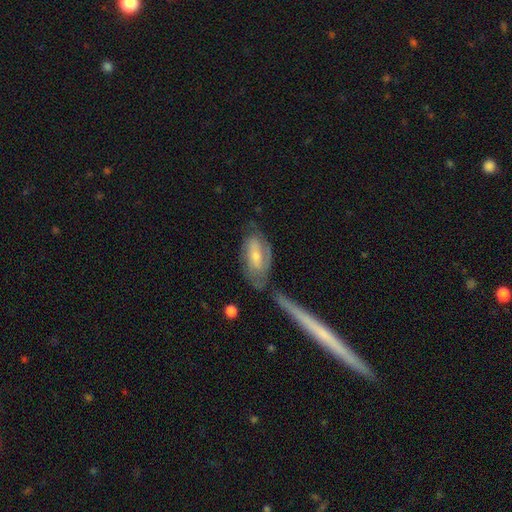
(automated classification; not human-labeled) Smooth or featured?
  - featured or disk: 63% *
  - smooth: 30%
  - star or artifact: 6%
Edge-on disk?
  - no: 87% *
  - yes: 13%
Bar?
  - no: 42% *
  - weak: 38%
  - strong: 20%
Spiral arms?
  - yes: 79% *
  - no: 21%
Bulge size?
  - small: 52% *
  - moderate: 41%
  - none: 3%
  - large: 2%
  - dominant: 1%
Merging?
  - none: 47% *
  - minor disturbance: 21%
  - merger: 19%
  - major disturbance: 13%